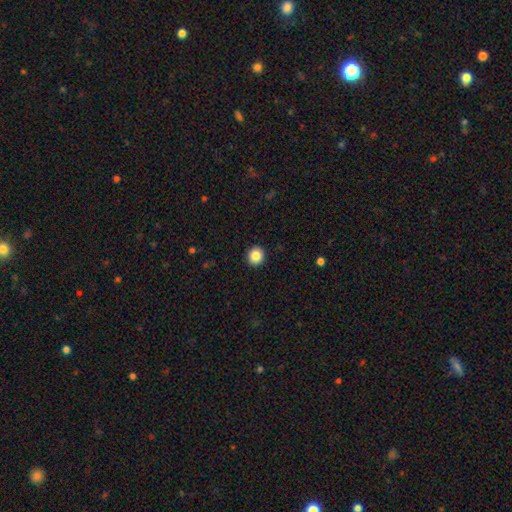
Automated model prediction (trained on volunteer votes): This appears to be a smooth galaxy with no disk features (87%) that is round (90%). Merging: none (93%).